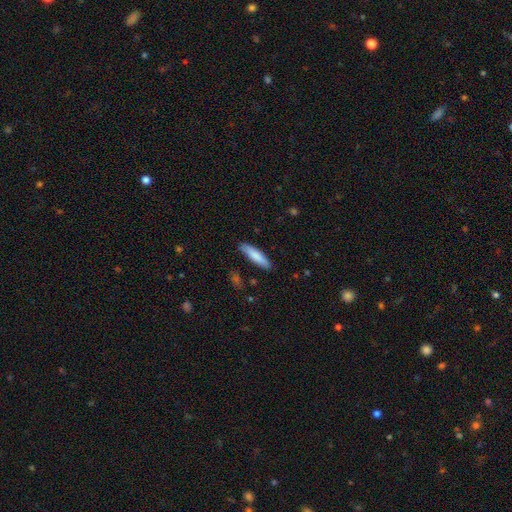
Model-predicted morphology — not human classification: smooth 82%, featured or disk 13%, star or artifact 6%. Down the decision tree: how rounded — cigar-shaped (75%); merging — none (85%).